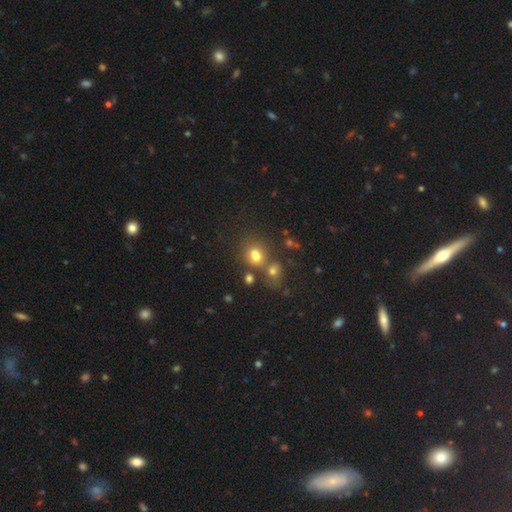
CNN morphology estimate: smooth_or_featured: smooth (p=0.70) [alt: star or artifact p=0.18]
how_rounded: round (p=0.51) [alt: in between p=0.47]
merging: none (p=0.45) [alt: merger p=0.38]